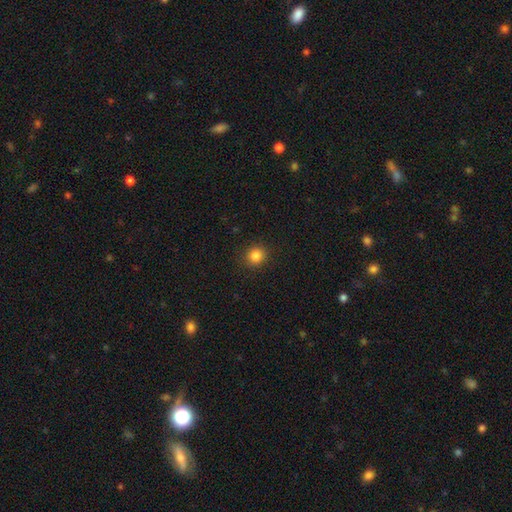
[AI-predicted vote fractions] A smooth galaxy with no disk features (84%) that is round (88%). Merging: none (91%).